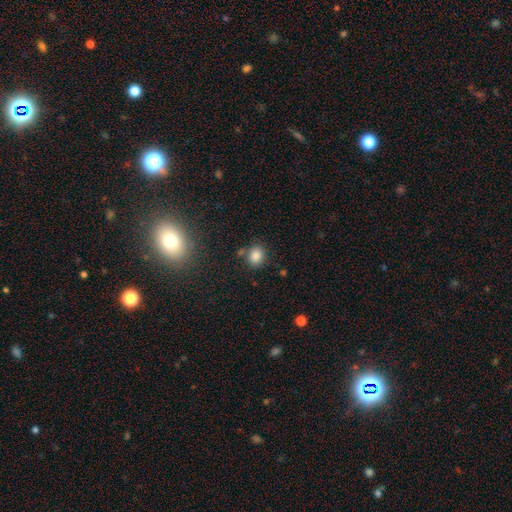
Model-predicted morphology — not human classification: A smooth galaxy with no disk features (84%) that is round (65%). Merging: none (76%).